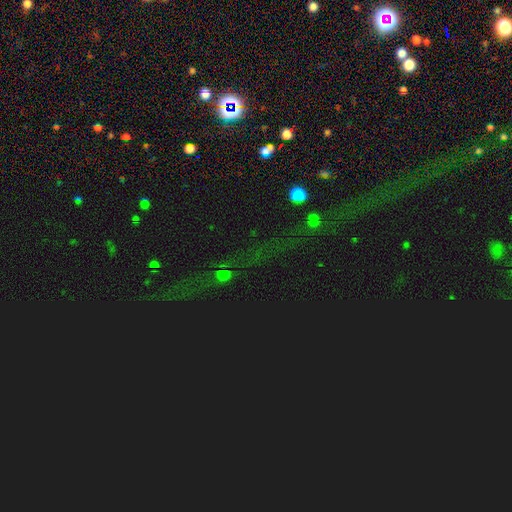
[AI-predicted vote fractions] star or artifact 82%, smooth 10%, featured or disk 8%.